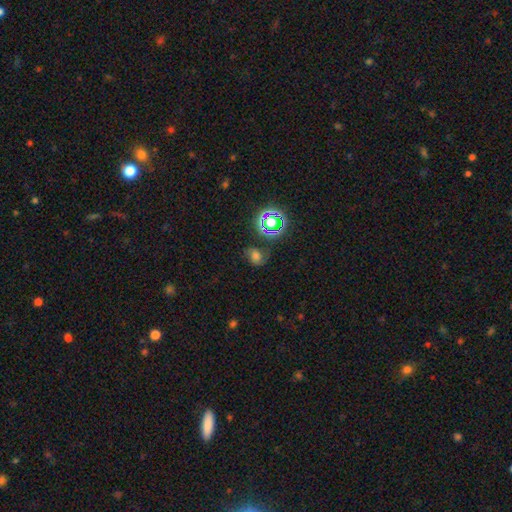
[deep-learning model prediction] Overall: smooth (51%; star or artifact 28%). How rounded: in between (54%; round 45%). Merging: none (60%; minor disturbance 23%).